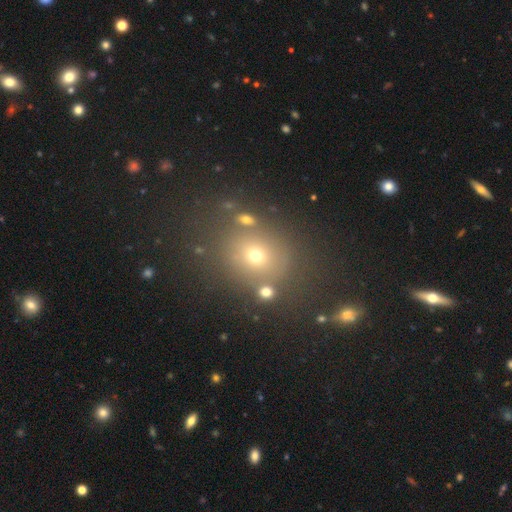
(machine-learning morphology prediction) Smooth or featured? Predicted: smooth (p=0.61). How rounded? Predicted: round (p=0.65). Merging? Predicted: none (p=0.78).